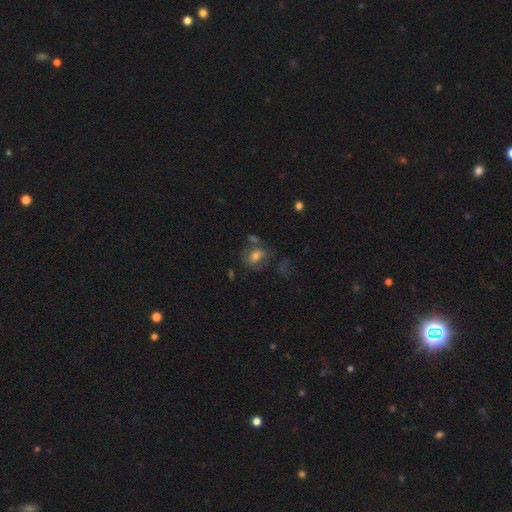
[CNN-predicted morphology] smooth 66%, featured or disk 23%, star or artifact 11%. Down the decision tree: how rounded — in between (59%); merging — none (53%).